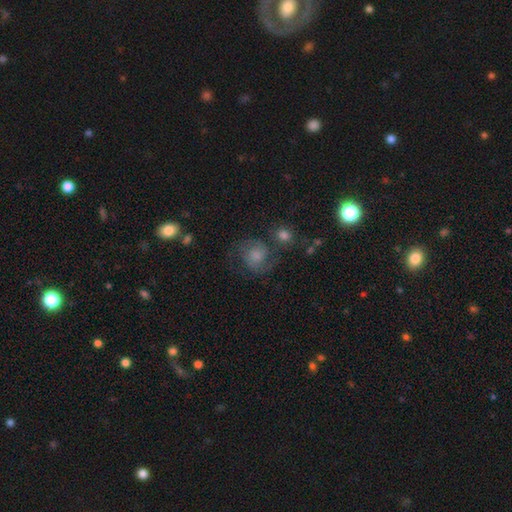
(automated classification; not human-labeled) A featured or disk galaxy (56%) with no bar (69%), spiral arms (89%) and a moderate central bulge (32%). Merging: none (57%).